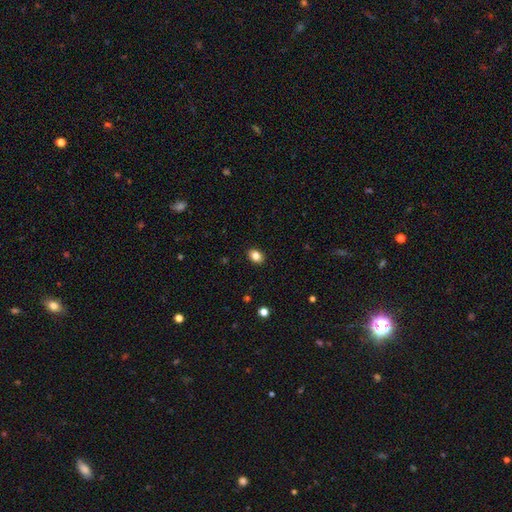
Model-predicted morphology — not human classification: A smooth galaxy with no disk features (84%) that is in between round and cigar-shaped (68%).

Vote fractions:
- Smooth or featured? smooth: 84% / star or artifact: 10% / featured or disk: 6%
- How rounded? in between: 68% / round: 30% / cigar-shaped: 1%
- Merging? none: 89% / minor disturbance: 8% / major disturbance: 2% / merger: 1%